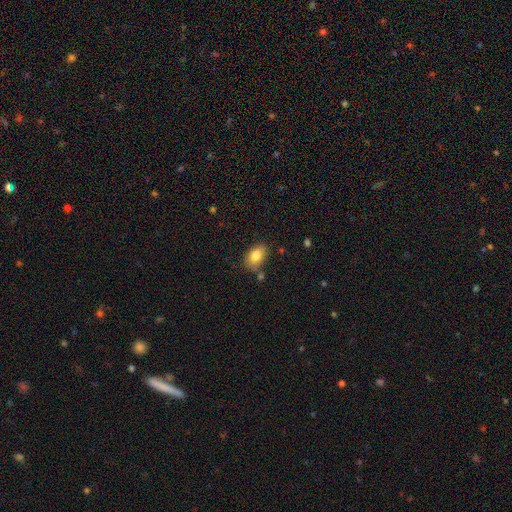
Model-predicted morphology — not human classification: The model was most divided on "merging": none: 75%, minor disturbance: 15%, merger: 6%, major disturbance: 3%. More confident: how rounded — in between (88%); smooth or featured — smooth (81%).